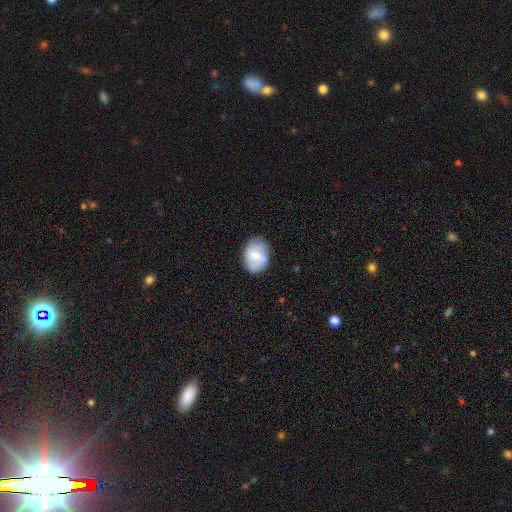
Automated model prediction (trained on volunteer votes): Morphology: type=featured or disk (48%); merging=none (72%).